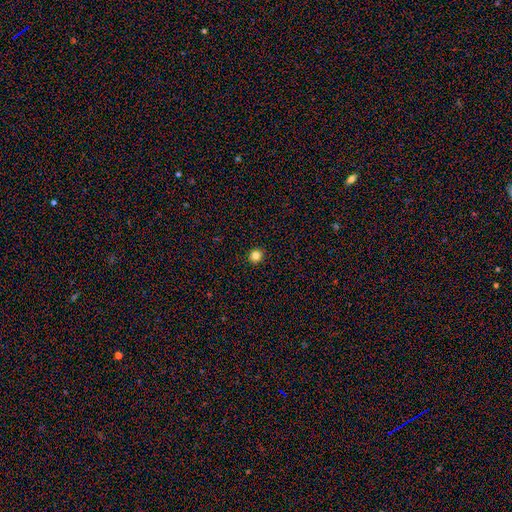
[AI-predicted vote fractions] smooth 83%, star or artifact 12%, featured or disk 4%. Down the decision tree: how rounded — round (92%); merging — none (94%).